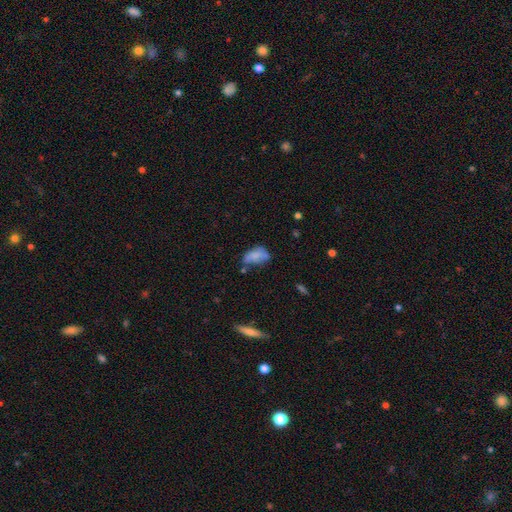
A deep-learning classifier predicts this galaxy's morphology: Smooth or featured: smooth — 63% (featured or disk — 25%)
How rounded: in between — 87% (round — 8%)
Merging: none — 32% (minor disturbance — 31%)